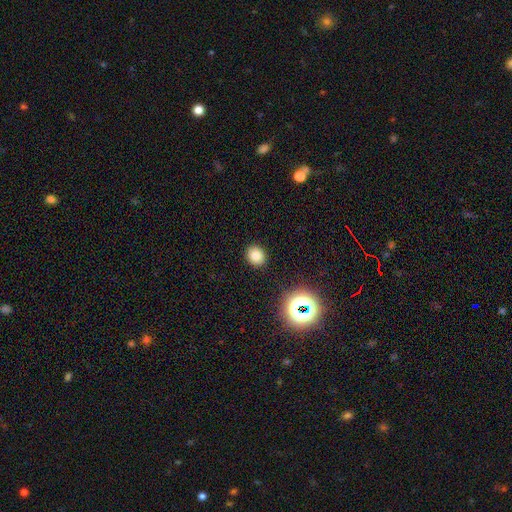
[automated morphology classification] The model was most divided on "how rounded": round: 69%, in between: 30%, cigar-shaped: 1%. More confident: merging — none (90%); smooth or featured — smooth (80%).